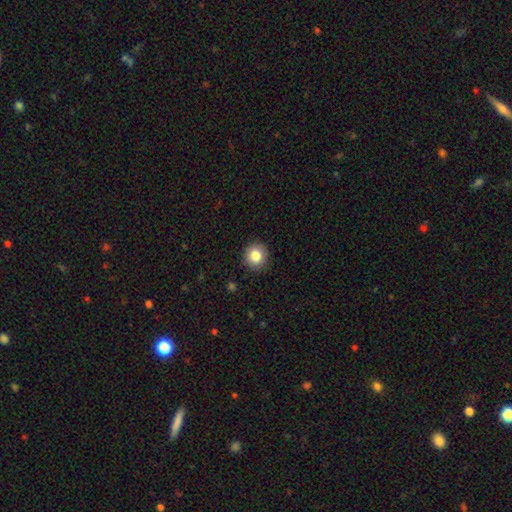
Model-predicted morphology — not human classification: smooth_or_featured: smooth (p=0.84) [alt: star or artifact p=0.09]
how_rounded: round (p=0.91) [alt: in between p=0.08]
merging: none (p=0.90) [alt: minor disturbance p=0.07]